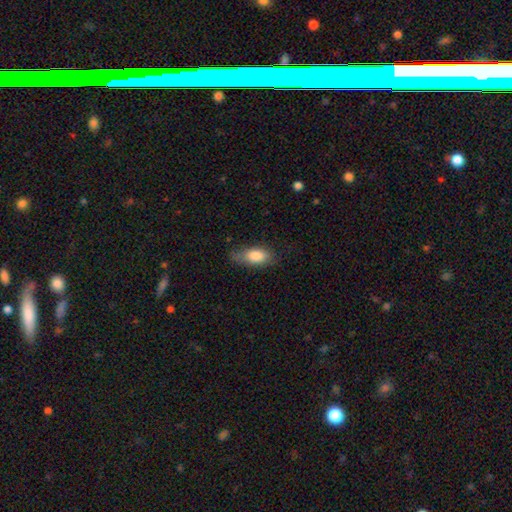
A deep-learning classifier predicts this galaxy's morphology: Smooth or featured? smooth (82%)
How rounded? in between (87%)
Merging? none (60%)